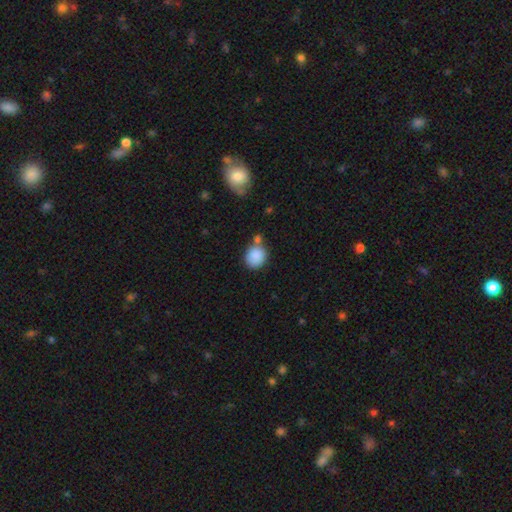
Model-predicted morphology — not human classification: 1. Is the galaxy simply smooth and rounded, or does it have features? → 87% smooth, 8% star or artifact, 5% featured or disk.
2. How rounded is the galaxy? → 79% round, 19% in between, 1% cigar-shaped.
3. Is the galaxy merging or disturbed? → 63% none, 19% merger, 14% minor disturbance, 4% major disturbance.